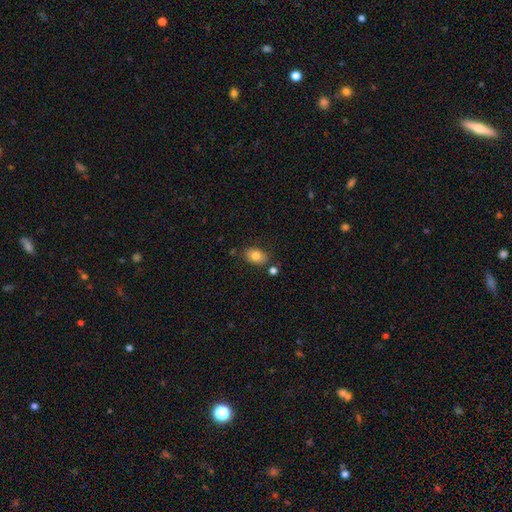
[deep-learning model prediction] A smooth galaxy with no disk features (79%) that is in between round and cigar-shaped (83%). Merging: none (76%).